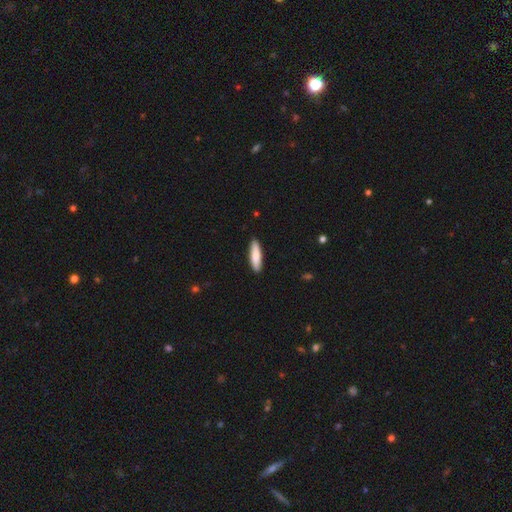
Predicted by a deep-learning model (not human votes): Smooth or featured?
  - smooth: 82% *
  - featured or disk: 13%
  - star or artifact: 5%
How rounded?
  - cigar-shaped: 72% *
  - in between: 26%
  - round: 1%
Merging?
  - none: 90% *
  - minor disturbance: 8%
  - major disturbance: 1%
  - merger: 1%